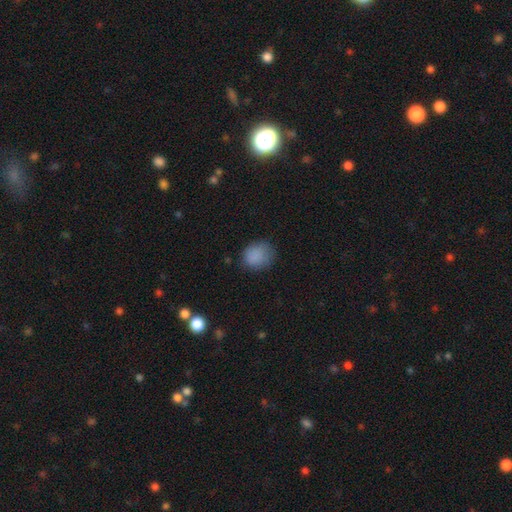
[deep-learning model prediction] A smooth galaxy with no disk features (85%) that is round (65%). Merging: none (71%).